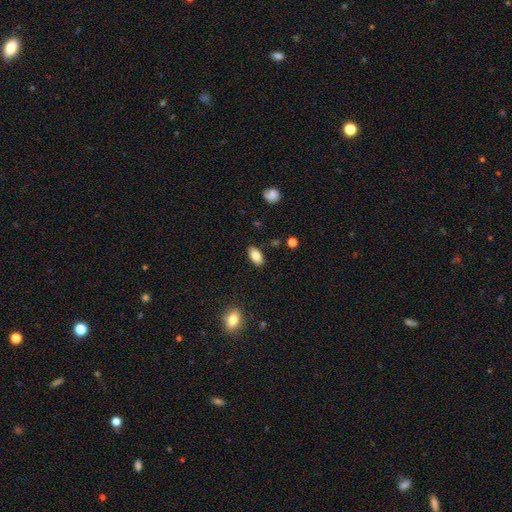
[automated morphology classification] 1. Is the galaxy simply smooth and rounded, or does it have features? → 82% smooth, 10% featured or disk, 8% star or artifact.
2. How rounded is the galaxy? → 92% in between, 4% cigar-shaped, 4% round.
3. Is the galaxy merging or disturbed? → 87% none, 9% minor disturbance, 2% major disturbance, 1% merger.